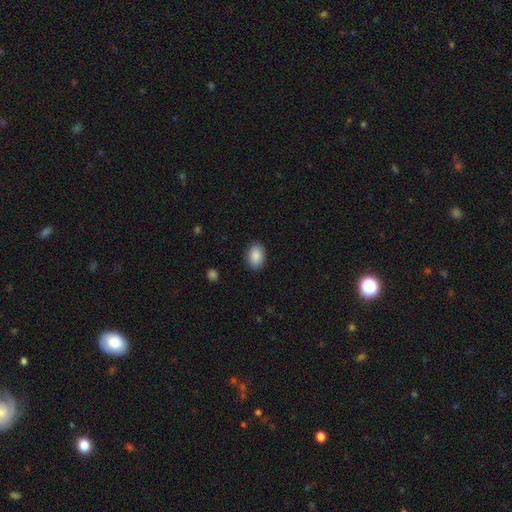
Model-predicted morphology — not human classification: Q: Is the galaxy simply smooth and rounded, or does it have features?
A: smooth — 88%.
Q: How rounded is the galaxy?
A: in between — 81%.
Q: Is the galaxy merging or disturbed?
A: none — 88%.